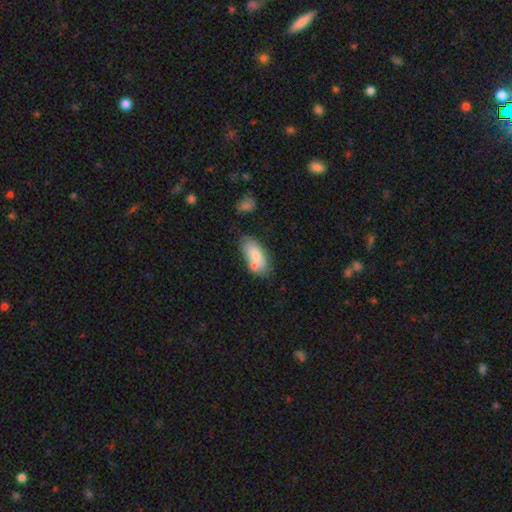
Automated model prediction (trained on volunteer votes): smooth 76%, featured or disk 18%, star or artifact 7%. Down the decision tree: how rounded — in between (88%); merging — none (56%).